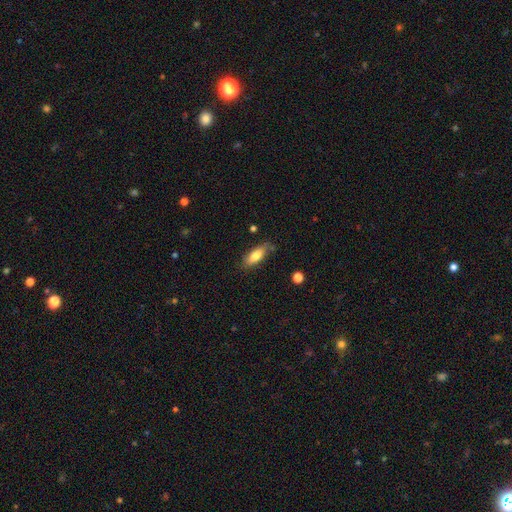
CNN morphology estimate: type=smooth (76%); roundness=in between (72%); merging=none (74%).